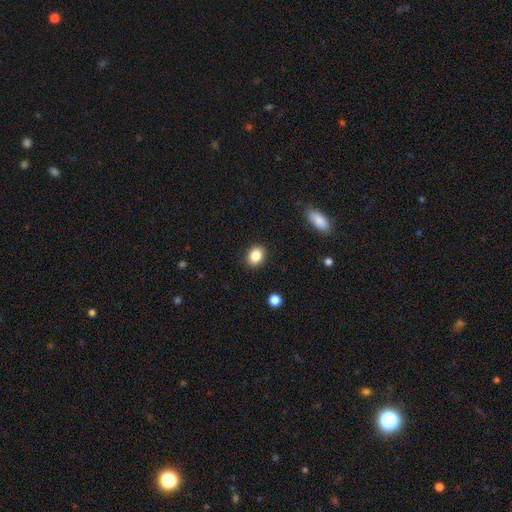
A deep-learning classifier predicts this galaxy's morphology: Smooth or featured?
  - smooth: 86% *
  - star or artifact: 9%
  - featured or disk: 5%
How rounded?
  - in between: 59% *
  - round: 40%
  - cigar-shaped: 1%
Merging?
  - none: 90% *
  - minor disturbance: 7%
  - major disturbance: 2%
  - merger: 1%